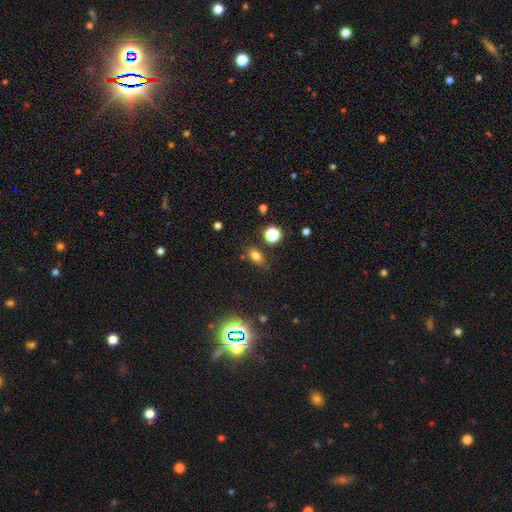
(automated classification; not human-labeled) Smooth or featured?
  - smooth: 73% *
  - star or artifact: 19%
  - featured or disk: 8%
How rounded?
  - in between: 76% *
  - round: 20%
  - cigar-shaped: 4%
Merging?
  - none: 77% *
  - minor disturbance: 14%
  - merger: 5%
  - major disturbance: 4%